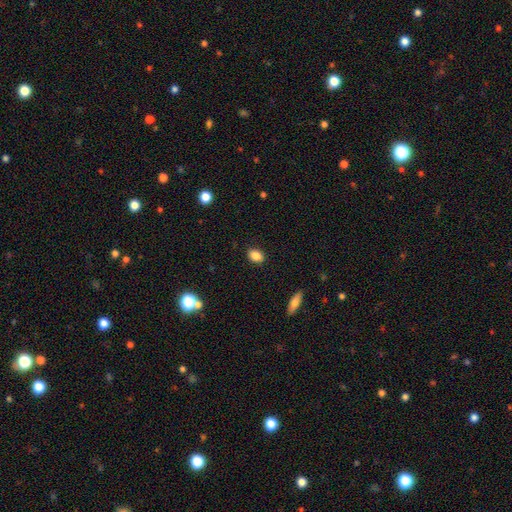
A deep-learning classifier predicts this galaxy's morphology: This appears to be a smooth galaxy with no disk features (86%) that is in between round and cigar-shaped (74%). Merging: none (88%).